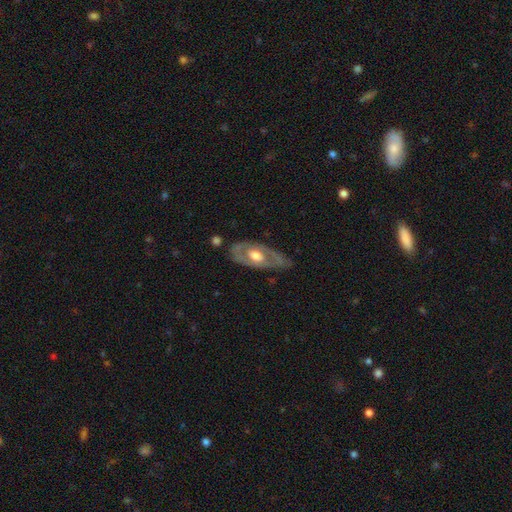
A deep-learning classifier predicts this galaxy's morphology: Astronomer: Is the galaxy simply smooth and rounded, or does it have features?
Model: featured or disk — 69%.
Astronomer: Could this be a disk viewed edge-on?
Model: no — 85%.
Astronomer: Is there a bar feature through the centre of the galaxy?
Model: no — 70%.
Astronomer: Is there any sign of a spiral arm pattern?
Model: no — 58% (runner-up: yes, 42%).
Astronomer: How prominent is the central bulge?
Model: moderate — 58% (runner-up: large, 34%).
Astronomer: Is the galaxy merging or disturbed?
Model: none — 66%.